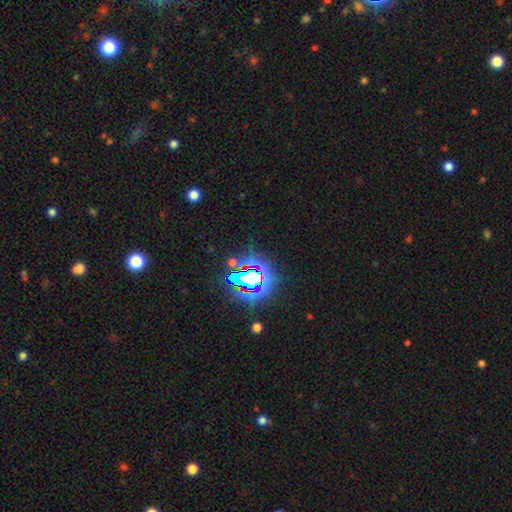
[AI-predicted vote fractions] Smooth or featured?
  - star or artifact: 82% *
  - smooth: 11%
  - featured or disk: 7%